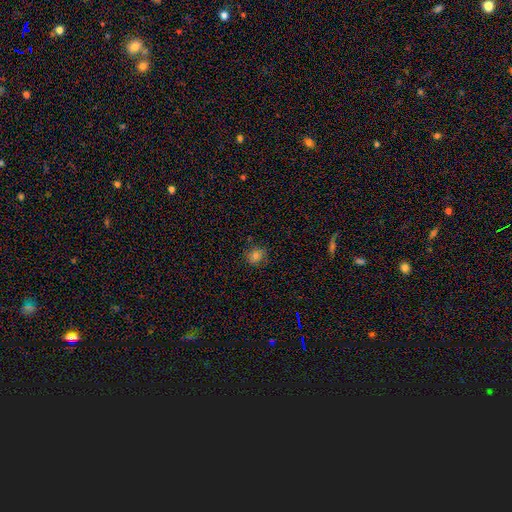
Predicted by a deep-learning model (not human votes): This is likely a smooth galaxy (76%). How rounded: likely round (75%). Merging: clearly none (82%).